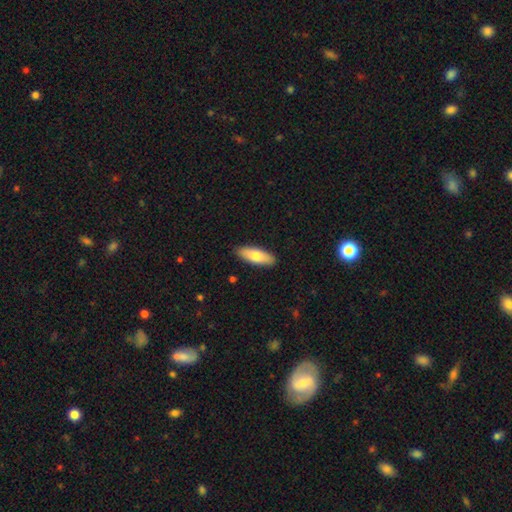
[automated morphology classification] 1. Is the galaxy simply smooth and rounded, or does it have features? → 76% smooth, 18% featured or disk, 5% star or artifact.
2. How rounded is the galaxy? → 64% in between, 34% cigar-shaped, 2% round.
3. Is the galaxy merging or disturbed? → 89% none, 8% minor disturbance, 2% major disturbance, 1% merger.